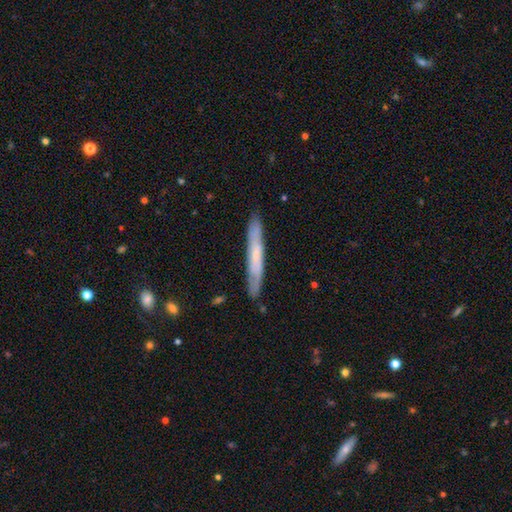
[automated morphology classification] type=smooth (48%); merging=none (86%).